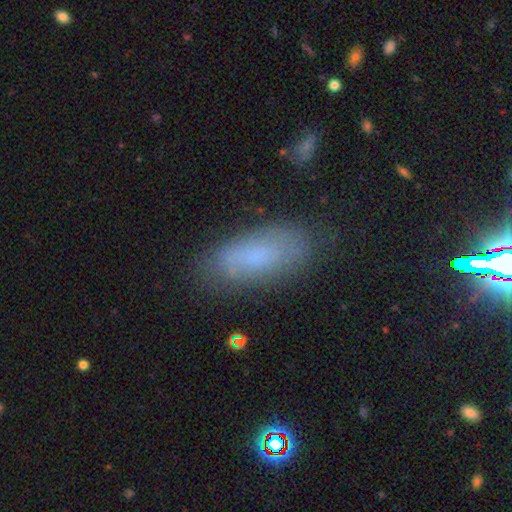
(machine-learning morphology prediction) smooth_or_featured: smooth (p=0.71) [alt: featured or disk p=0.18]
how_rounded: in between (p=0.79) [alt: cigar-shaped p=0.19]
merging: none (p=0.79) [alt: minor disturbance p=0.15]